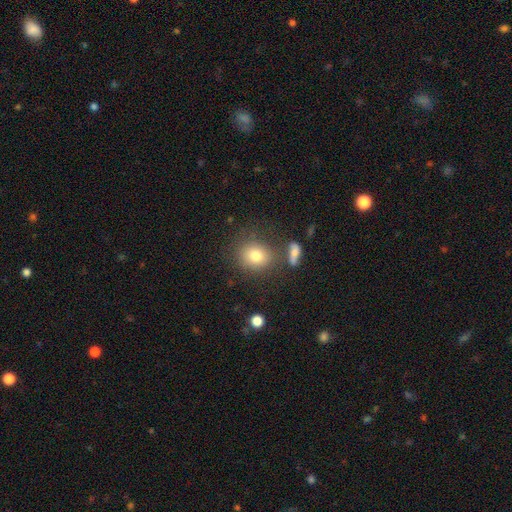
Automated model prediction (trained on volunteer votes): Smooth or featured: smooth — 79% (star or artifact — 11%)
How rounded: round — 65% (in between — 34%)
Merging: none — 75% (minor disturbance — 12%)